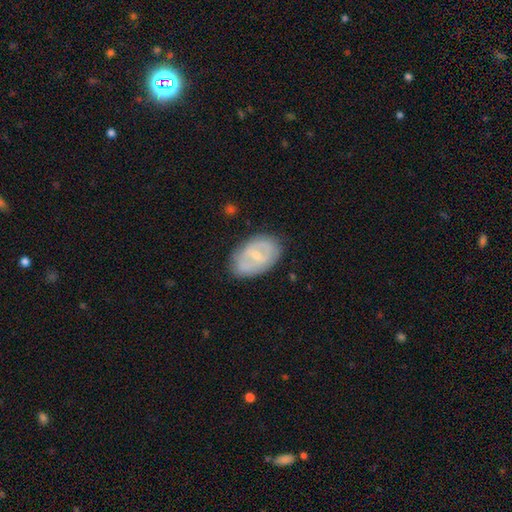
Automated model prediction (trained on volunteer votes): smooth_or_featured: featured or disk (p=0.60) [alt: smooth p=0.33]
disk_edge_on: no (p=0.94) [alt: yes p=0.06]
bar: weak (p=0.45) [alt: no p=0.32]
has_spiral_arms: no (p=0.59) [alt: yes p=0.41]
bulge_size: small (p=0.61) [alt: moderate p=0.34]
merging: none (p=0.75) [alt: minor disturbance p=0.18]